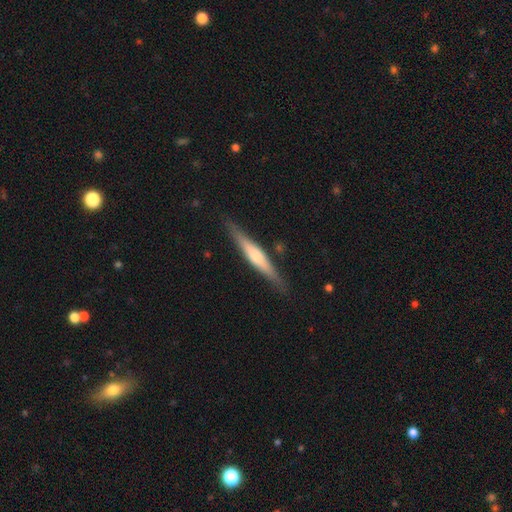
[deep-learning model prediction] Smooth or featured? Predicted: featured or disk (p=0.54). Edge-on disk? Predicted: yes (p=0.96). Edge-on bulge? Predicted: rounded (p=0.55). Merging? Predicted: none (p=0.87).